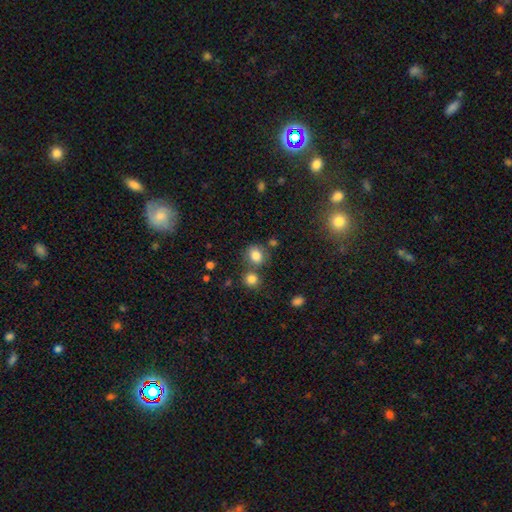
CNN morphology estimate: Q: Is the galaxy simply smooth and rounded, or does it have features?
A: smooth — 80%.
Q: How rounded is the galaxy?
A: round — 64%.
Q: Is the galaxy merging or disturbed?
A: none — 61%.